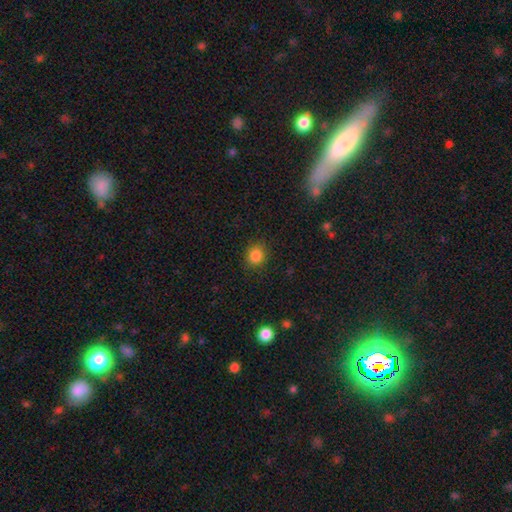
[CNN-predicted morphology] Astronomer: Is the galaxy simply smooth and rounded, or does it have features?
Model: smooth — 84%.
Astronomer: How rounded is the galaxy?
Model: round — 74%.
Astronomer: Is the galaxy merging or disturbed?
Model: none — 87%.